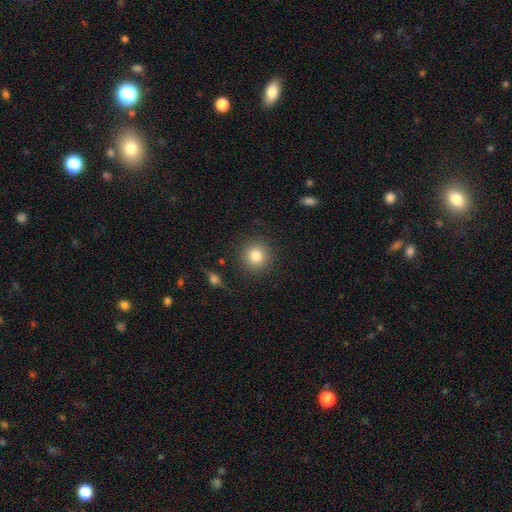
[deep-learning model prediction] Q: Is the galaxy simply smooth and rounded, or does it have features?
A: smooth — 82%.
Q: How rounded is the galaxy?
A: round — 92%.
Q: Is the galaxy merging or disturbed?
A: none — 88%.